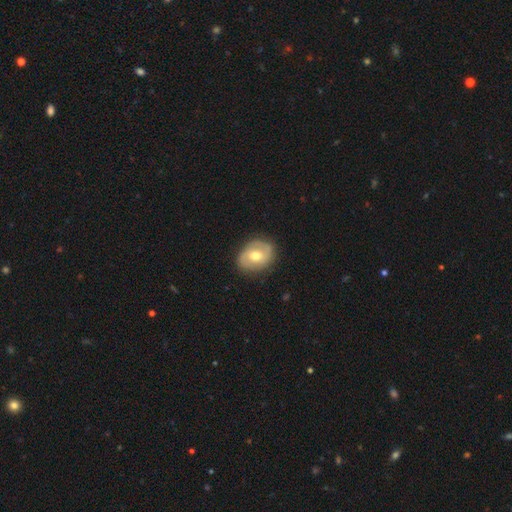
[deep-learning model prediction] smooth-or-featured: featured or disk: 52% | smooth: 42% | star or artifact: 6%
  disk-edge-on: no: 95% | yes: 5%
  merging: none: 81% | minor disturbance: 14% | major disturbance: 4% | merger: 1%